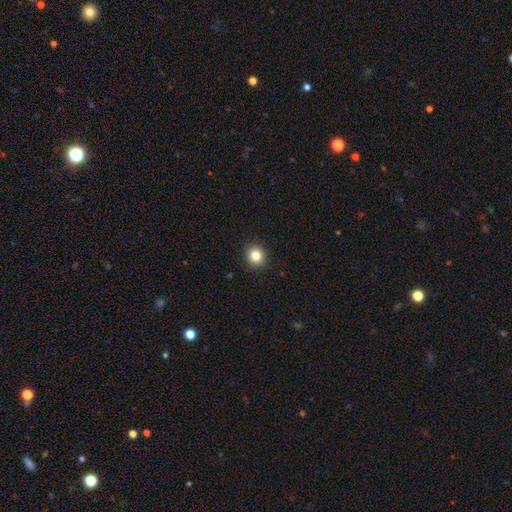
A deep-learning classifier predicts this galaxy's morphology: Smooth or featured: smooth — 83% (star or artifact — 11%)
How rounded: round — 88% (in between — 12%)
Merging: none — 92% (minor disturbance — 5%)